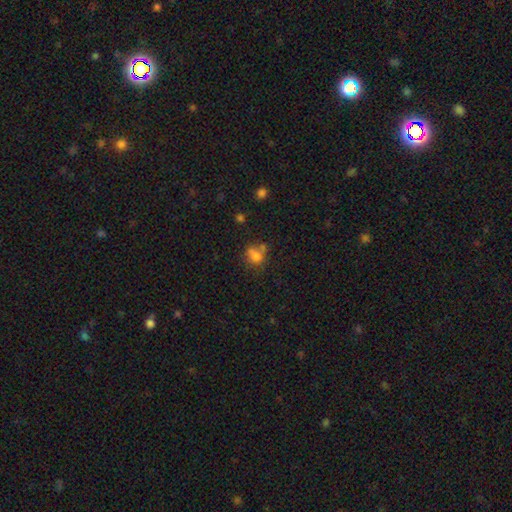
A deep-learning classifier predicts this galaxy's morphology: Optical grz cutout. It shows a smooth galaxy with no disk features (74%) that is round (57%). Merging: none (45%).